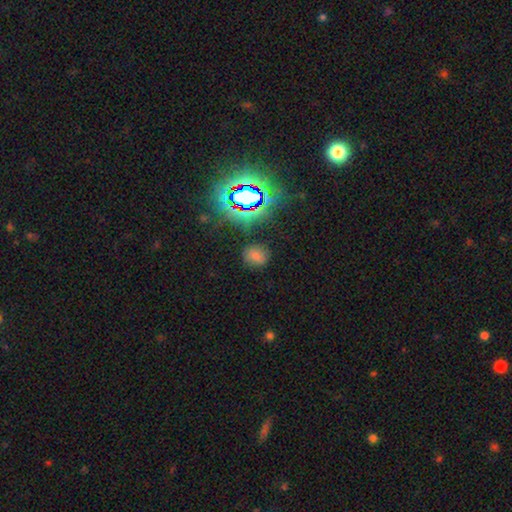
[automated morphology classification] Smooth or featured: smooth — 63% (star or artifact — 28%)
How rounded: round — 62% (in between — 36%)
Merging: none — 80% (minor disturbance — 13%)